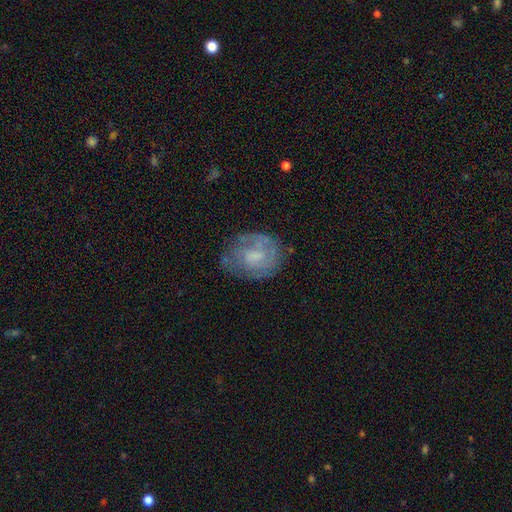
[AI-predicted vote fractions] Smooth or featured? featured or disk (54%)
Edge-on disk? no (97%)
Bar? no (55%)
Spiral arms? yes (61%)
Bulge size? moderate (32%)
Merging? none (61%)